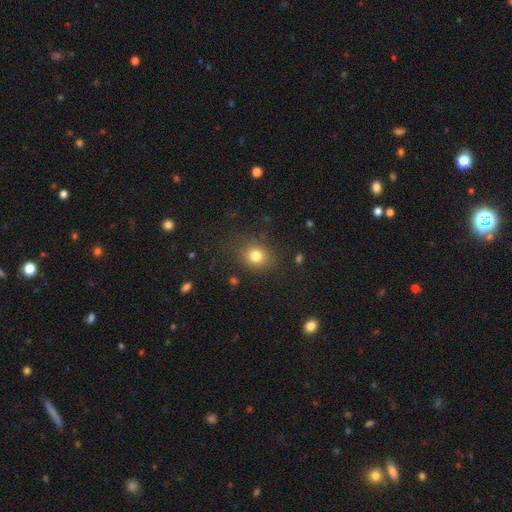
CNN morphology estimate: smooth_or_featured: smooth (p=0.79) [alt: star or artifact p=0.14]
how_rounded: round (p=0.65) [alt: in between p=0.34]
merging: none (p=0.81) [alt: minor disturbance p=0.13]